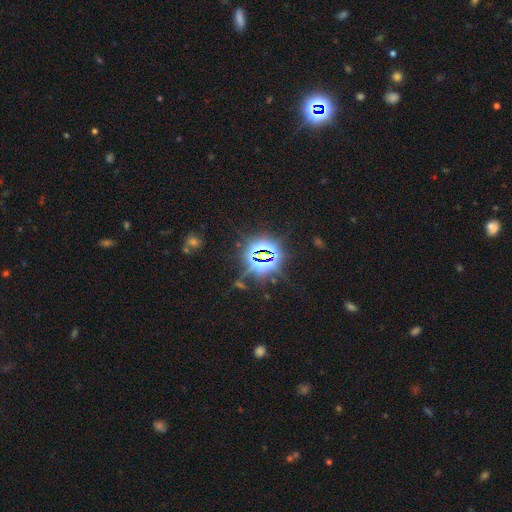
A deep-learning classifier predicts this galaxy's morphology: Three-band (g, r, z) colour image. It shows a star or artifact, not a galaxy (83%).